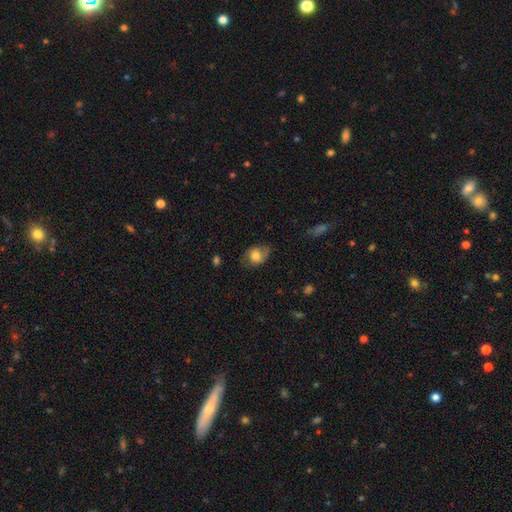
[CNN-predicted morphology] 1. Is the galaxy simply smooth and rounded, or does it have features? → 70% smooth, 21% featured or disk, 8% star or artifact.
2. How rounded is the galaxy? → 58% in between, 41% round, 1% cigar-shaped.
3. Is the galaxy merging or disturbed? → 63% none, 27% minor disturbance, 9% major disturbance, 1% merger.